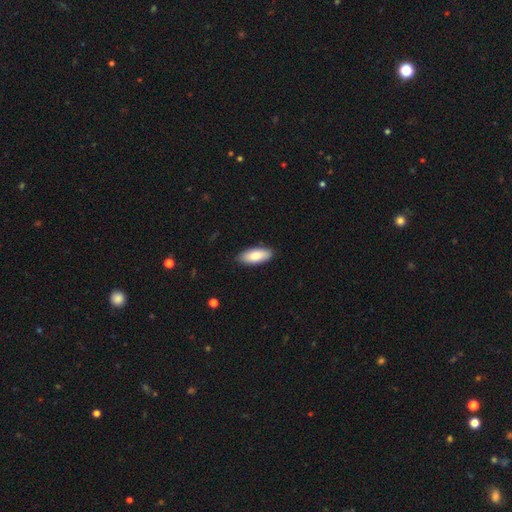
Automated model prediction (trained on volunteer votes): This is clearly a smooth galaxy (85%). How rounded: clearly in between (83%). Merging: clearly none (88%).